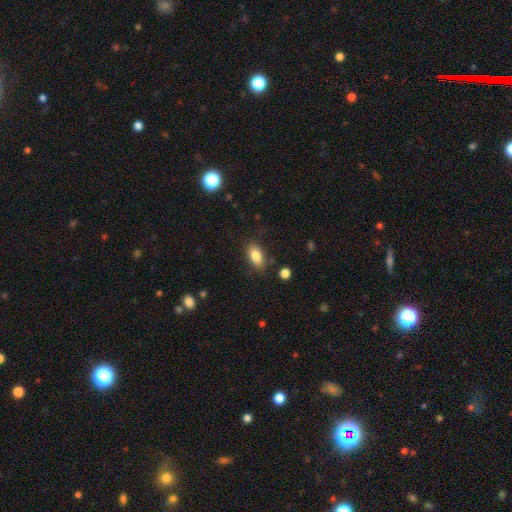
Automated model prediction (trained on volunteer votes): Q: Smooth or featured?
A: smooth (82%); runner-up: featured or disk (9%)
Q: How rounded?
A: in between (88%); runner-up: round (7%)
Q: Merging?
A: none (83%); runner-up: minor disturbance (11%)